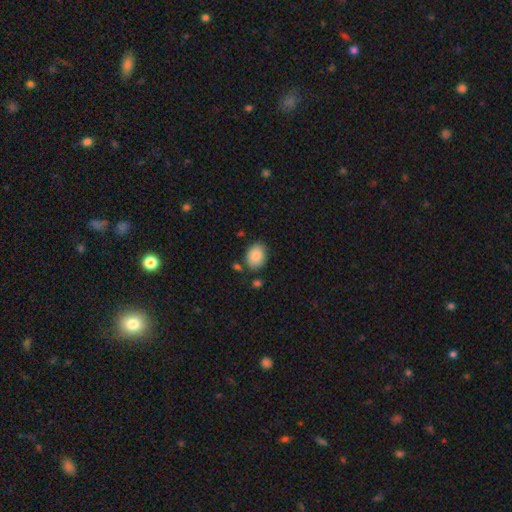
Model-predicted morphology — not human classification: A smooth galaxy with no disk features (87%) that is in between round and cigar-shaped (74%).

Vote fractions:
- Smooth or featured? smooth: 87% / star or artifact: 7% / featured or disk: 6%
- How rounded? in between: 74% / round: 25% / cigar-shaped: 1%
- Merging? none: 75% / minor disturbance: 16% / merger: 5% / major disturbance: 4%